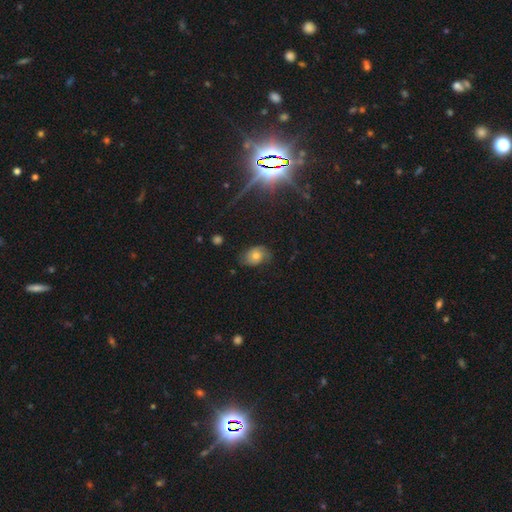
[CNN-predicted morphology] smooth 54%, featured or disk 33%, star or artifact 13%. Down the decision tree: how rounded — in between (71%); merging — none (63%).